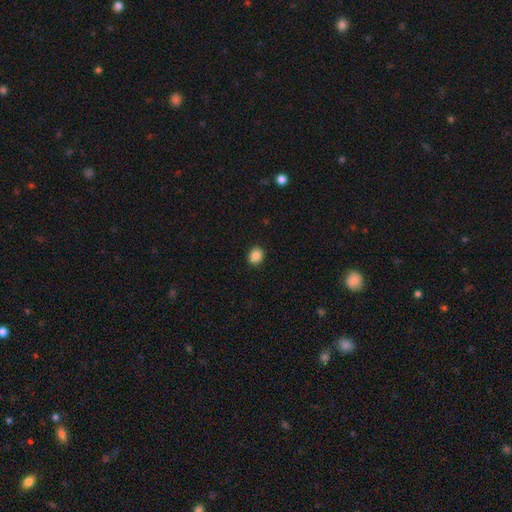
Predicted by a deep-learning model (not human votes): Smooth or featured? Predicted: smooth (p=0.88). How rounded? Predicted: round (p=0.63). Merging? Predicted: none (p=0.91).